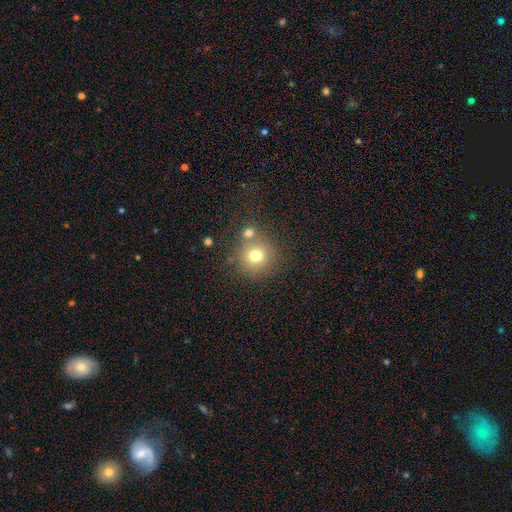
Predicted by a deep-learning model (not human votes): This appears to be a smooth galaxy with no disk features (74%) that is round (91%). Merging: none (67%).